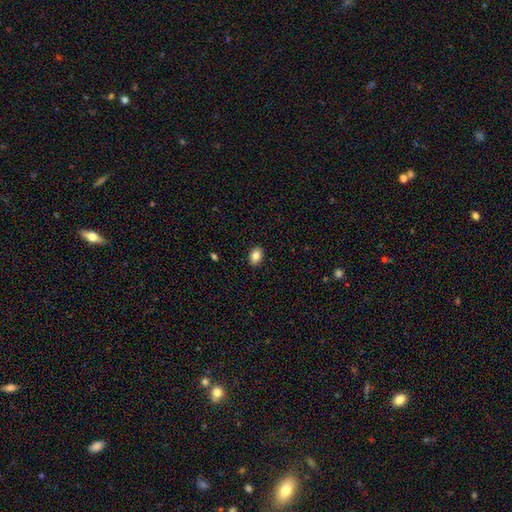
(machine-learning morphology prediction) This is clearly a smooth galaxy (84%). How rounded: likely in between (71%). Merging: clearly none (89%).